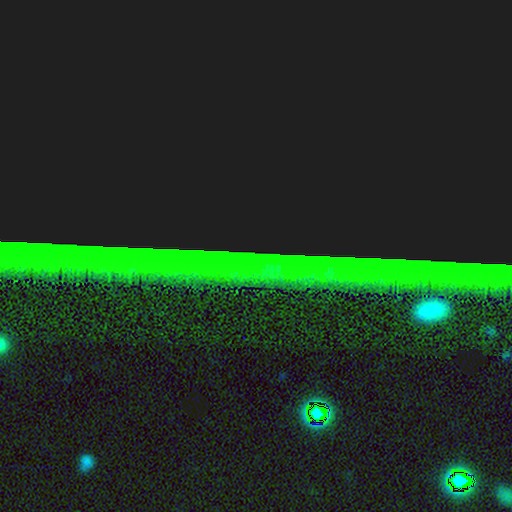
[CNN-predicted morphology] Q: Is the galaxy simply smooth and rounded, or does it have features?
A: star or artifact — 82%.